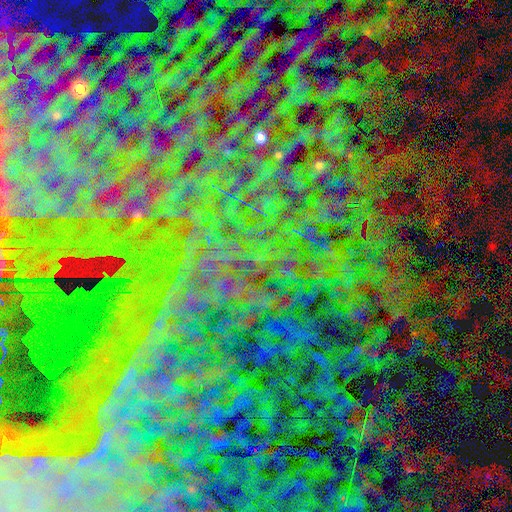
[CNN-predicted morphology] Smooth or featured? Predicted: star or artifact (p=0.86).